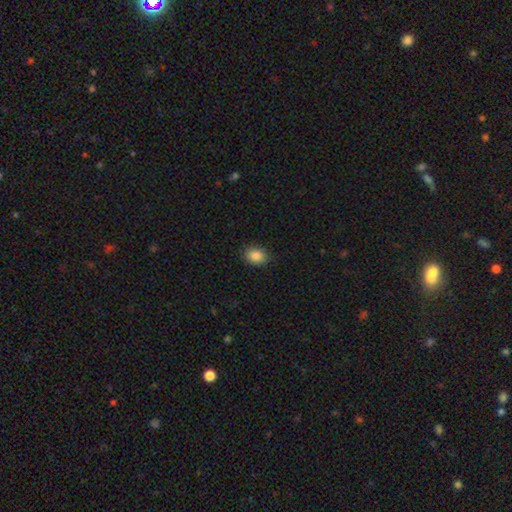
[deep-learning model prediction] A smooth galaxy with no disk features (87%) that is in between round and cigar-shaped (62%).

Vote fractions:
- Smooth or featured? smooth: 87% / star or artifact: 8% / featured or disk: 4%
- How rounded? in between: 62% / round: 36% / cigar-shaped: 1%
- Merging? none: 84% / minor disturbance: 13% / major disturbance: 3% / merger: 1%